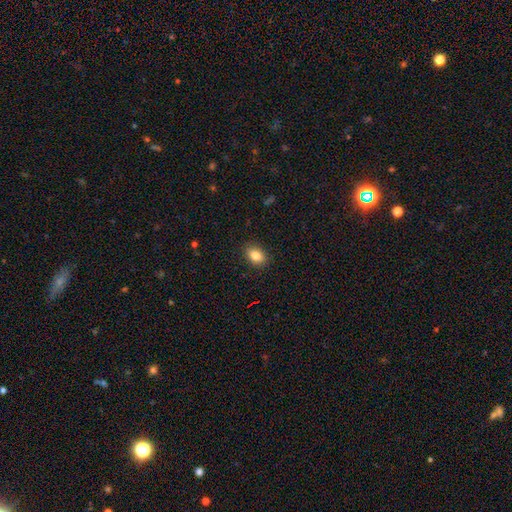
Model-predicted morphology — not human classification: This appears to be a smooth galaxy with no disk features (84%) that is in between round and cigar-shaped (76%). Merging: none (89%).